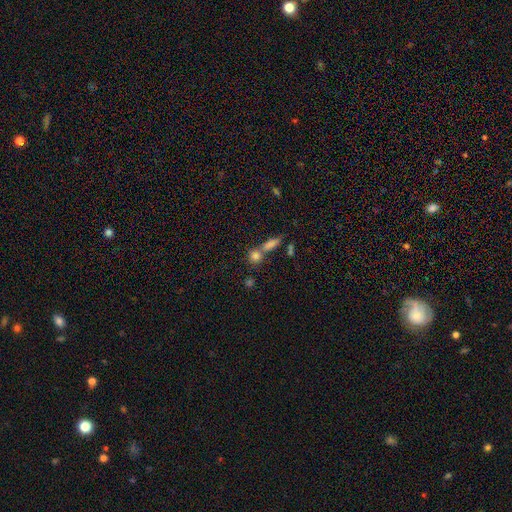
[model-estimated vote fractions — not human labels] Q: Smooth or featured?
A: smooth (73%); runner-up: star or artifact (15%)
Q: How rounded?
A: round (65%); runner-up: in between (25%)
Q: Merging?
A: none (51%); runner-up: merger (37%)